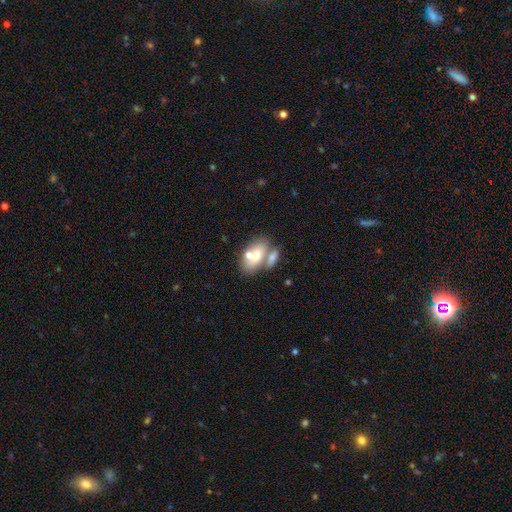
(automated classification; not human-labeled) This is likely a smooth galaxy (68%). How rounded: clearly in between (88%). Merging: possibly merger (48%).